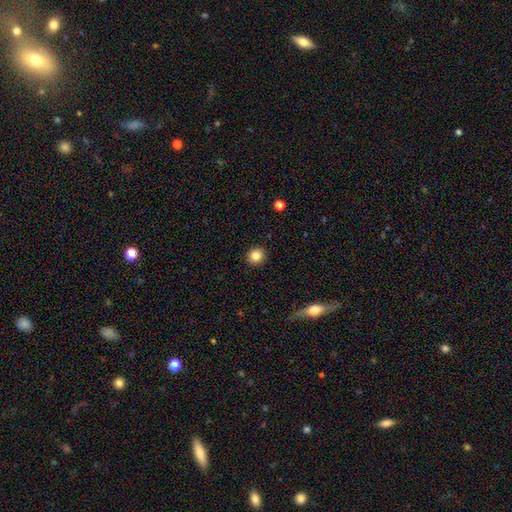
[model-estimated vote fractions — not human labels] The model was most divided on "smooth or featured": smooth: 83%, star or artifact: 10%, featured or disk: 6%. More confident: merging — none (92%); how rounded — round (88%).